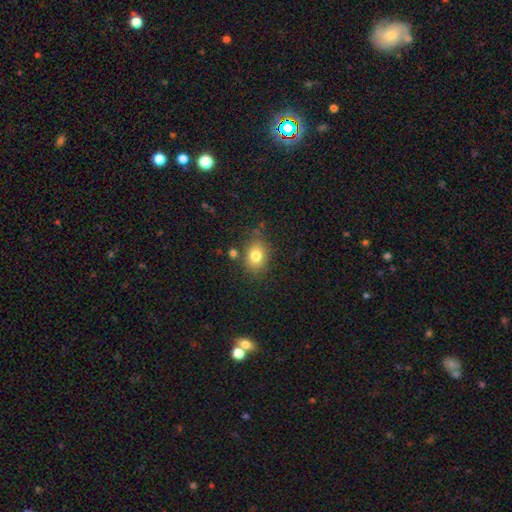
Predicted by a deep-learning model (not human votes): Overall: smooth (80%). How rounded: in between (54%; round 45%). Merging: none (79%).